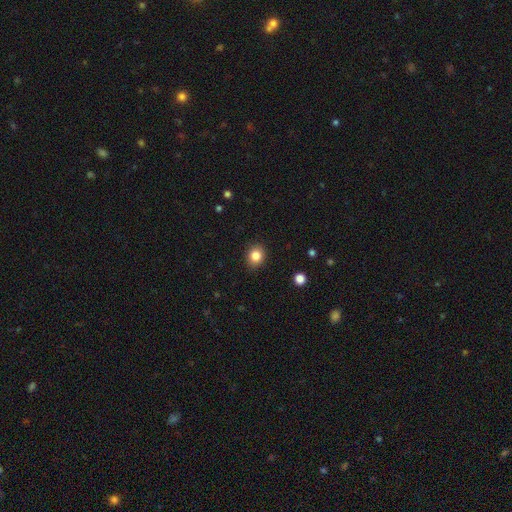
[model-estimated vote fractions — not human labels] smooth_or_featured: smooth (p=0.85) [alt: star or artifact p=0.10]
how_rounded: round (p=0.64) [alt: in between p=0.35]
merging: none (p=0.88) [alt: minor disturbance p=0.09]